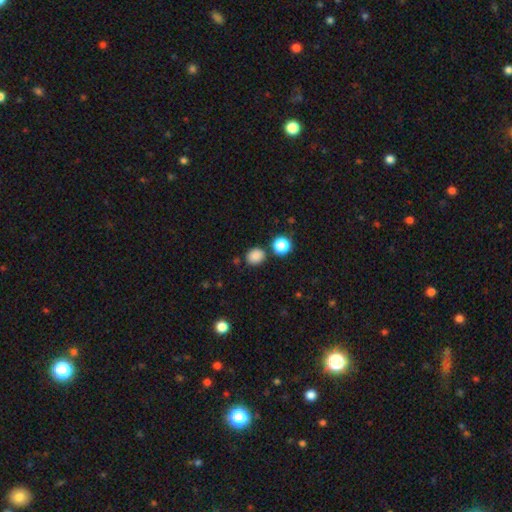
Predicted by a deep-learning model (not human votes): Smooth or featured? smooth (83%)
How rounded? round (68%)
Merging? none (80%)